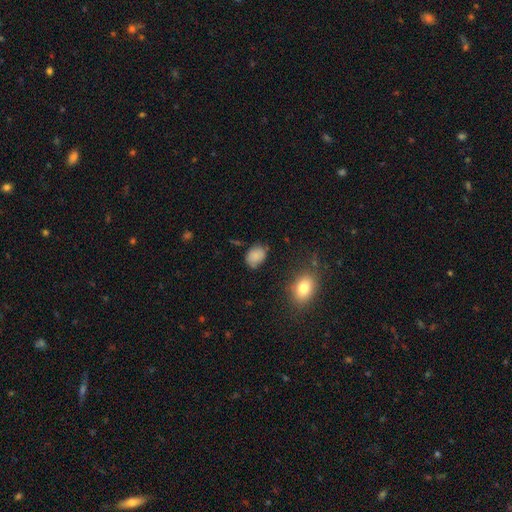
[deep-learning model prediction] Smooth or featured?
  - smooth: 82% *
  - star or artifact: 9%
  - featured or disk: 8%
How rounded?
  - in between: 73% *
  - round: 26%
  - cigar-shaped: 1%
Merging?
  - none: 69% *
  - minor disturbance: 23%
  - major disturbance: 5%
  - merger: 3%